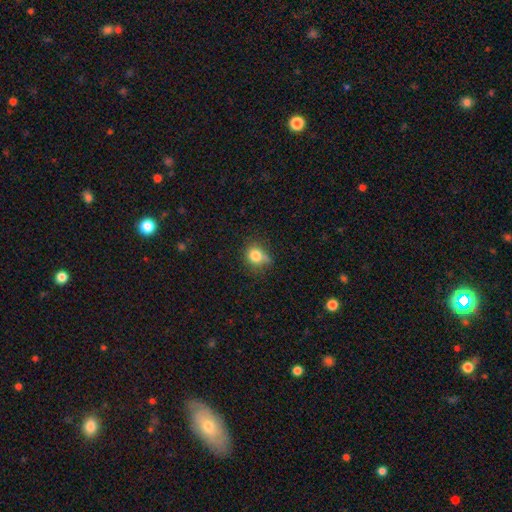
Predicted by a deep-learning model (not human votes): smooth 81%, star or artifact 11%, featured or disk 8%. Down the decision tree: how rounded — round (68%); merging — none (56%).